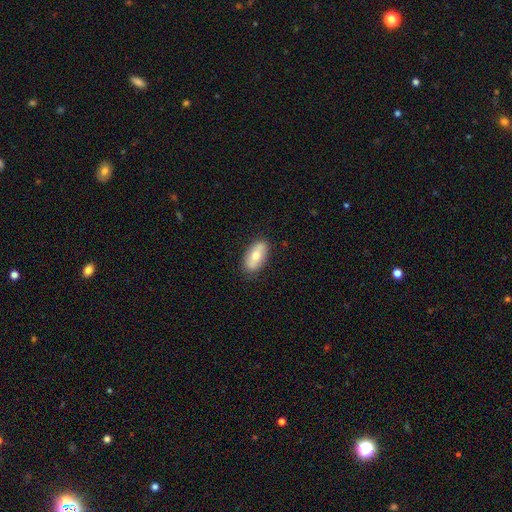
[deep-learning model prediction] Smooth or featured: smooth — 64% (featured or disk — 30%)
How rounded: in between — 88% (cigar-shaped — 9%)
Merging: none — 84% (minor disturbance — 12%)